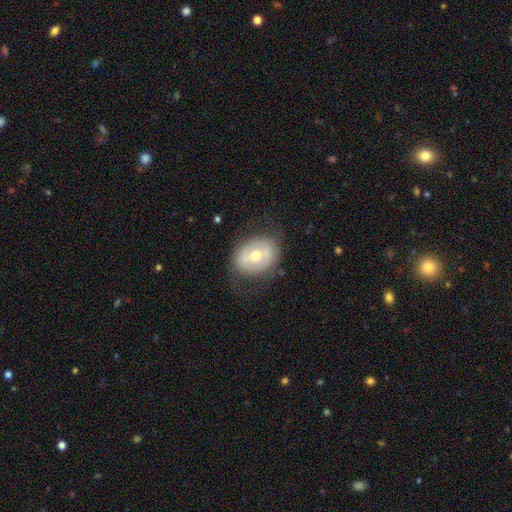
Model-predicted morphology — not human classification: This is possibly a featured or disk galaxy (51%). It is clearly not viewed edge-on (94%). Merging: likely none (74%).